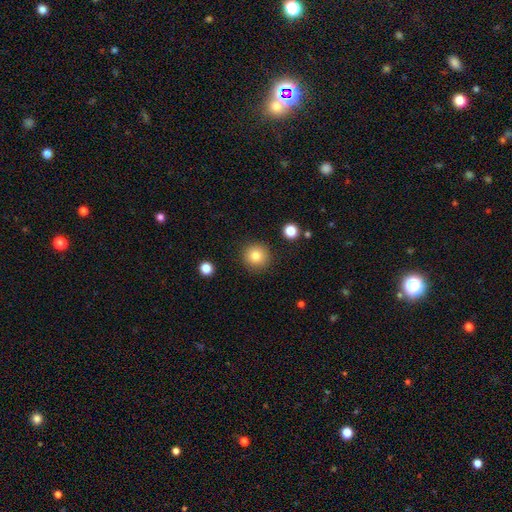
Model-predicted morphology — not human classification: smooth 82%, star or artifact 10%, featured or disk 7%. Down the decision tree: how rounded — round (94%); merging — none (90%).